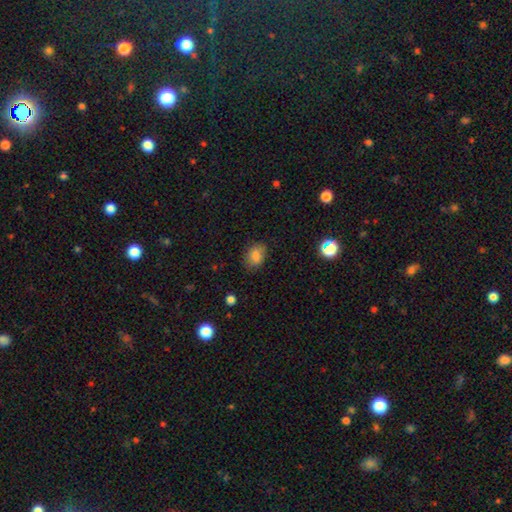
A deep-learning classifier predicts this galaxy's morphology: This is clearly a smooth galaxy (83%). How rounded: likely in between (69%). Merging: likely none (78%).